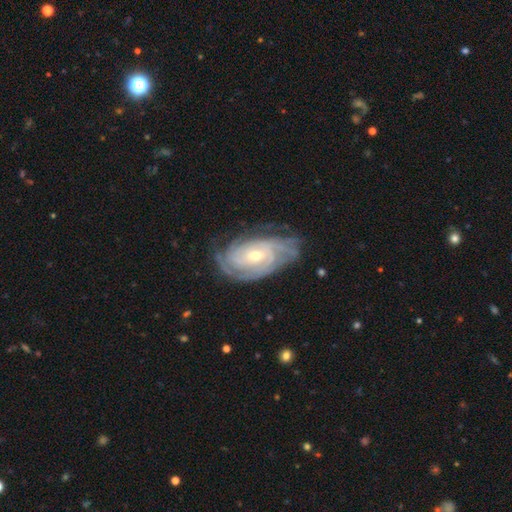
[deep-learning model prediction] A featured or disk galaxy (88%) with no bar (52%), tight (79%) spiral arms (97%) and a moderate central bulge (50%). Merging: none (71%).